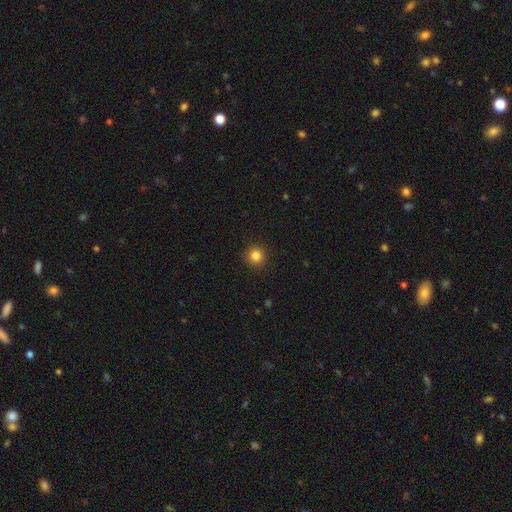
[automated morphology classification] Smooth or featured? Predicted: smooth (p=0.83). How rounded? Predicted: round (p=0.95). Merging? Predicted: none (p=0.92).